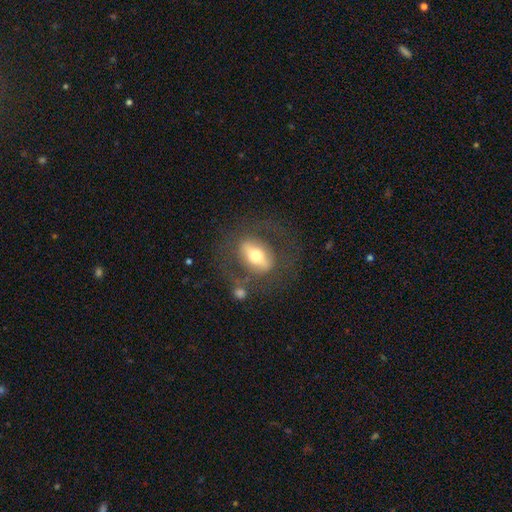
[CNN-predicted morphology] type=featured or disk (57%); edge-on=no (79%); merging=none (66%).